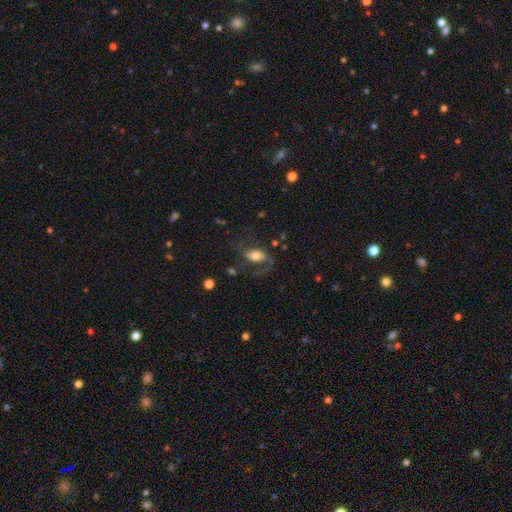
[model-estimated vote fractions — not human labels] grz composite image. It shows a featured or disk galaxy (47%). Merging: none (52%).